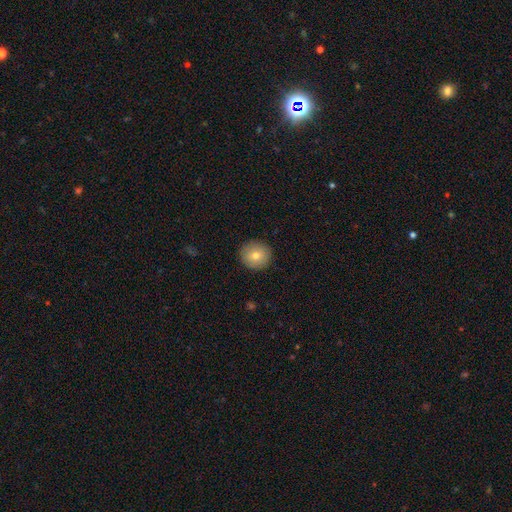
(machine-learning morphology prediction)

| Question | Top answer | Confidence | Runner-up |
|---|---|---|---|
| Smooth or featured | smooth | 77% | featured or disk (15%) |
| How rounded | round | 92% | in between (7%) |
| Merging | none | 91% | minor disturbance (6%) |